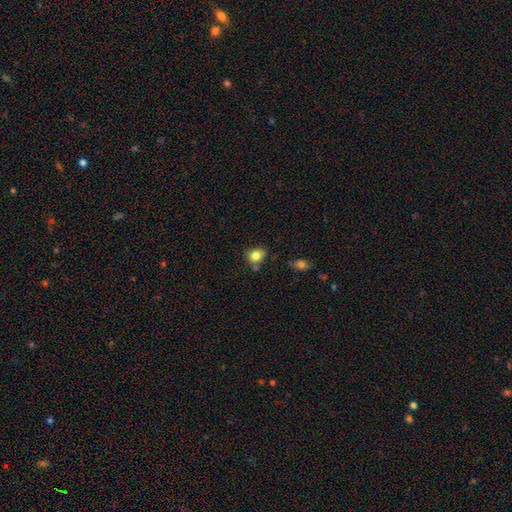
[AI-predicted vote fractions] A smooth galaxy with no disk features (83%) that is round (54%). Merging: none (69%).